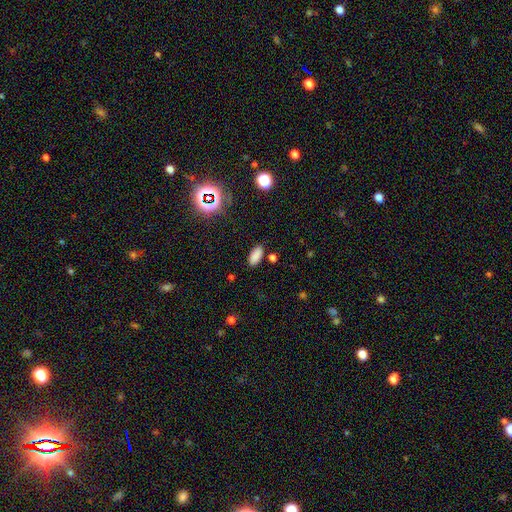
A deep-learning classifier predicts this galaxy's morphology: A smooth galaxy with no disk features (81%) that is in between round and cigar-shaped (90%). Merging: none (82%).